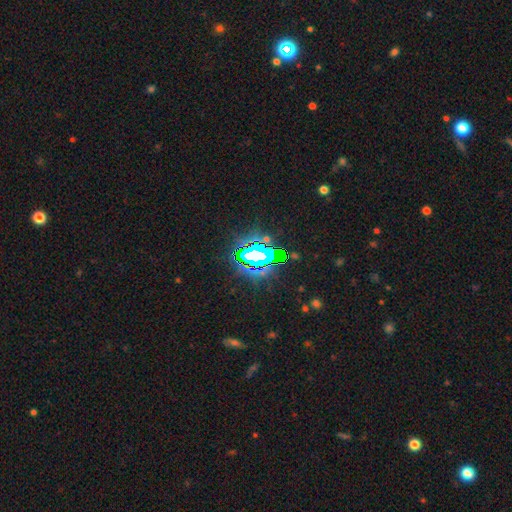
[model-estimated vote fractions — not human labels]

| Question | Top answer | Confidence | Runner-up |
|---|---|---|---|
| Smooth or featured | star or artifact | 71% | smooth (15%) |